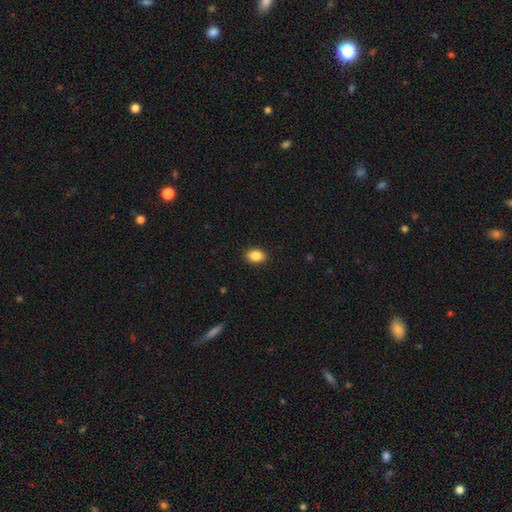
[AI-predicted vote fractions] smooth_or_featured: smooth (p=0.87) [alt: star or artifact p=0.08]
how_rounded: in between (p=0.81) [alt: round p=0.18]
merging: none (p=0.90) [alt: minor disturbance p=0.07]